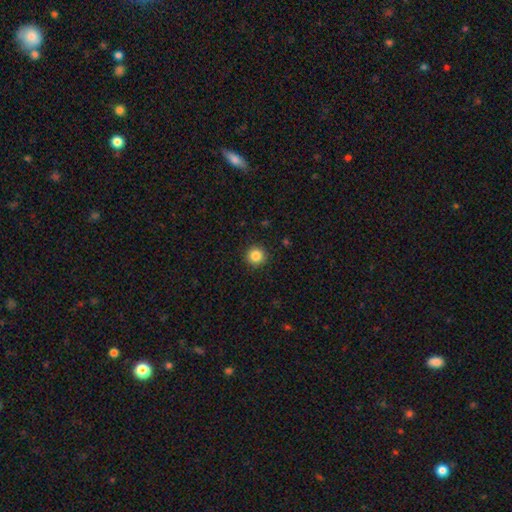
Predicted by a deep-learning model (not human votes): The model was most divided on "smooth or featured": smooth: 85%, star or artifact: 11%, featured or disk: 4%. More confident: how rounded — round (96%); merging — none (92%).